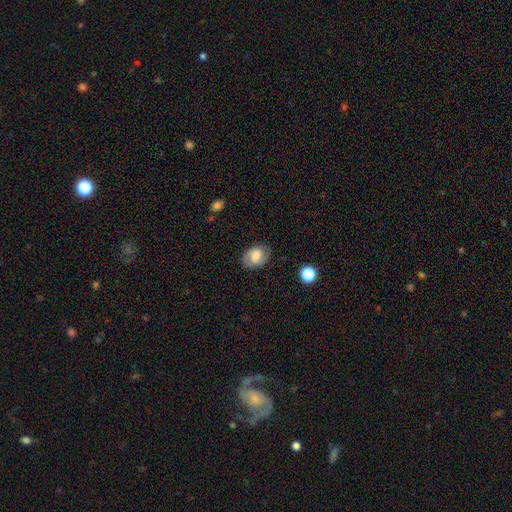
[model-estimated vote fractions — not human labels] Q: Smooth or featured?
A: featured or disk (52%); runner-up: smooth (39%)
Q: Edge-on disk?
A: no (97%); runner-up: yes (3%)
Q: Bar?
A: weak (47%); runner-up: no (38%)
Q: Spiral arms?
A: yes (86%); runner-up: no (14%)
Q: Bulge size?
A: moderate (38%); runner-up: small (23%)
Q: Merging?
A: none (79%); runner-up: minor disturbance (15%)